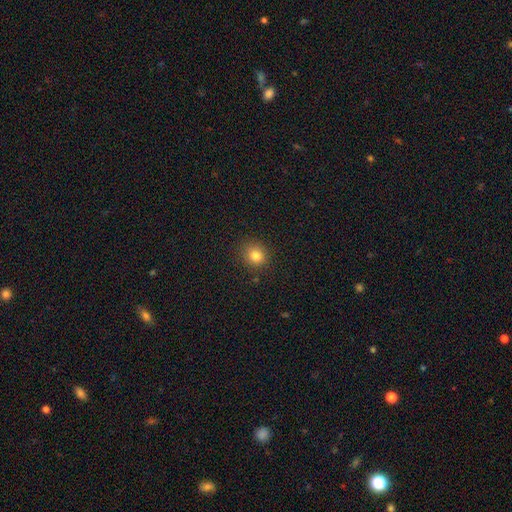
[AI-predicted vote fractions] Overall: smooth (81%). How rounded: round (81%). Merging: none (89%).